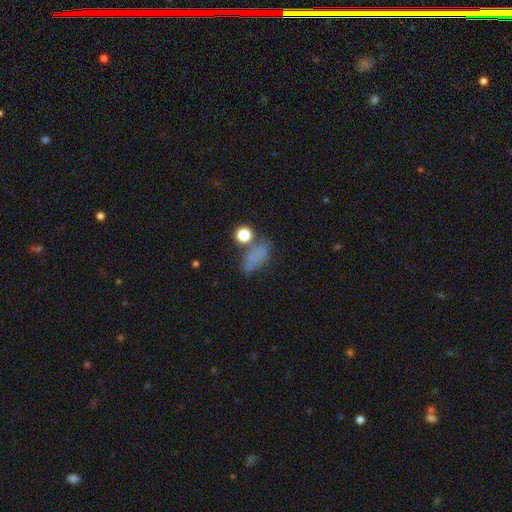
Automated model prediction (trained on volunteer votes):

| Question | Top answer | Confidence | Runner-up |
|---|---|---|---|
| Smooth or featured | smooth | 64% | star or artifact (20%) |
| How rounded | in between | 74% | round (19%) |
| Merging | none | 45% | minor disturbance (22%) |